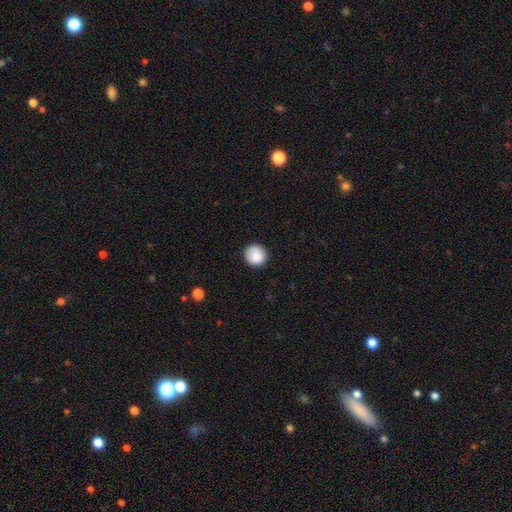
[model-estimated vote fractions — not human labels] Smooth or featured? Predicted: smooth (p=0.87). How rounded? Predicted: round (p=0.94). Merging? Predicted: none (p=0.89).